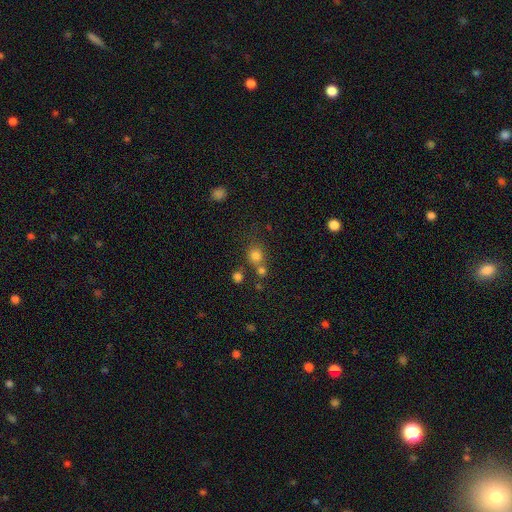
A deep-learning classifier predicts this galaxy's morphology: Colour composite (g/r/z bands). It shows a smooth galaxy with no disk features (77%) that is round (82%). Merging: none (57%).